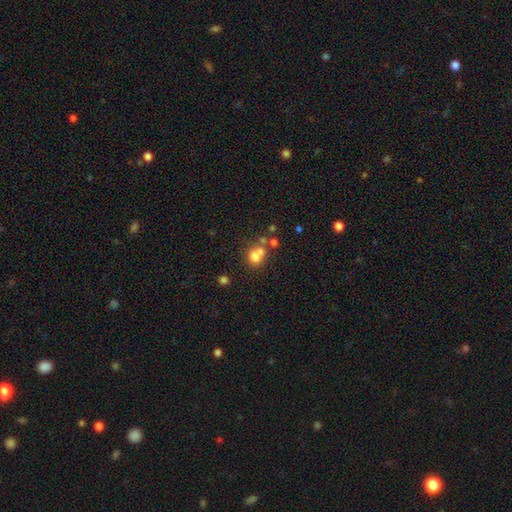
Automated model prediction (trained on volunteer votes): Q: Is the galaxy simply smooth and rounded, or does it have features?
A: smooth — 69%.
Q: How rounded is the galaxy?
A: round — 75%.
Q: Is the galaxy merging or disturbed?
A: merger — 46%.